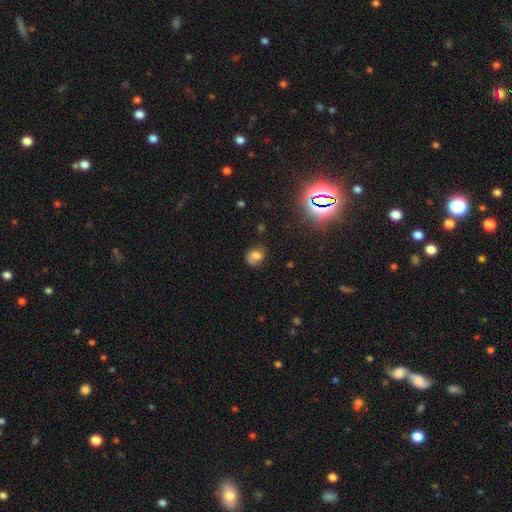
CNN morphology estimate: Smooth or featured: smooth — 64% (featured or disk — 21%)
How rounded: round — 52% (in between — 47%)
Merging: none — 55% (minor disturbance — 26%)